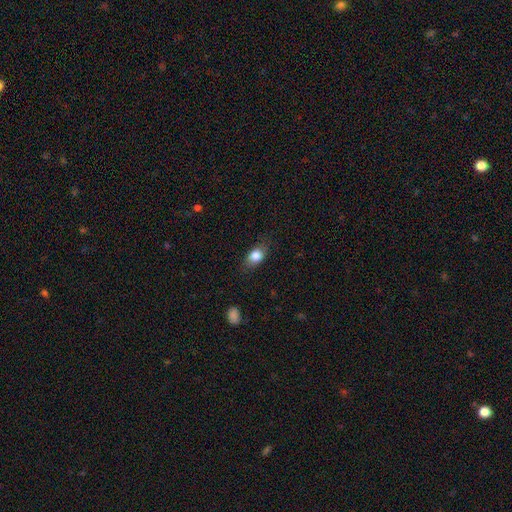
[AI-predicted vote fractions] This is clearly a smooth galaxy (81%). How rounded: likely in between (75%). Merging: likely none (77%).